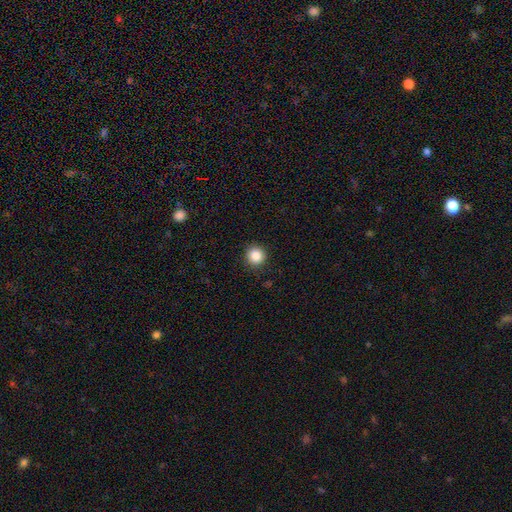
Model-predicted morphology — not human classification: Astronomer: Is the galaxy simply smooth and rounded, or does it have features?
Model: smooth — 87%.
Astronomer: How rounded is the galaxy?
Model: round — 94%.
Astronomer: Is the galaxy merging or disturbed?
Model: none — 91%.